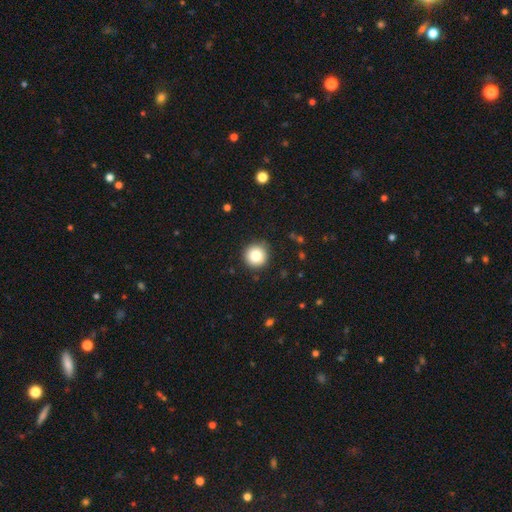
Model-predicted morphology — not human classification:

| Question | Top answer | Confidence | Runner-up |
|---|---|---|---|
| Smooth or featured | smooth | 83% | star or artifact (10%) |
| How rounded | round | 96% | in between (3%) |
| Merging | none | 90% | minor disturbance (7%) |